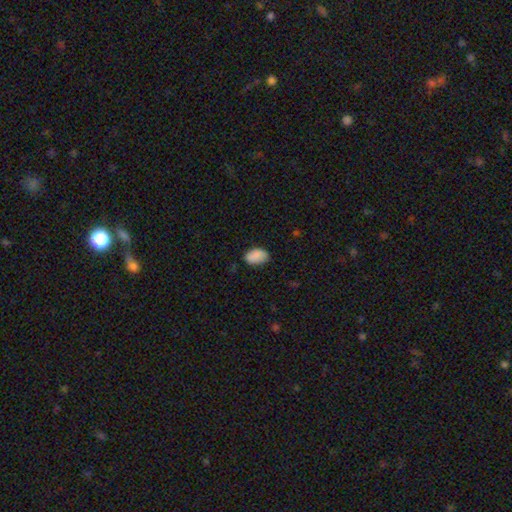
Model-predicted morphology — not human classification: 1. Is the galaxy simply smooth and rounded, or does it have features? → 84% smooth, 9% featured or disk, 7% star or artifact.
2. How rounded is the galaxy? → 90% in between, 9% round, 1% cigar-shaped.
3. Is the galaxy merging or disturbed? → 77% none, 19% minor disturbance, 3% major disturbance, 1% merger.